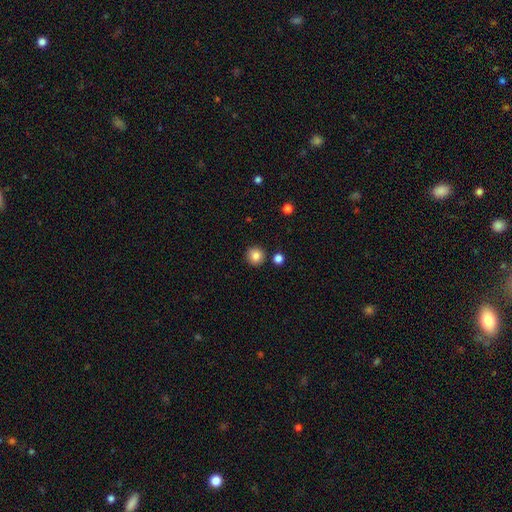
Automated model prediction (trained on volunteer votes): smooth-or-featured: smooth: 84% | star or artifact: 10% | featured or disk: 6%
  how-rounded: round: 94% | in between: 5% | cigar-shaped: 1%
  merging: none: 89% | minor disturbance: 6% | merger: 4% | major disturbance: 2%